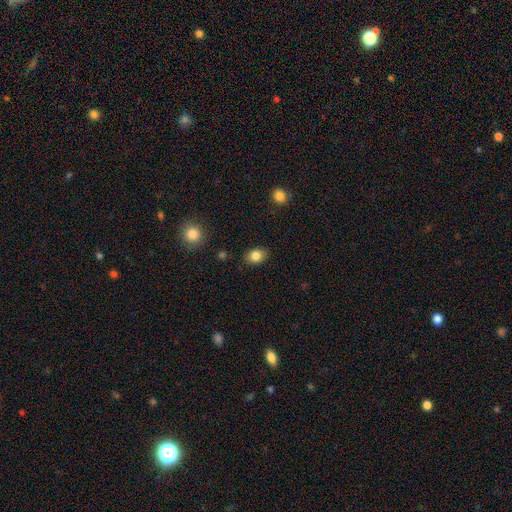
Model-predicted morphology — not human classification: The model was most divided on "how rounded": in between: 63%, round: 36%, cigar-shaped: 1%. More confident: merging — none (86%); smooth or featured — smooth (84%).